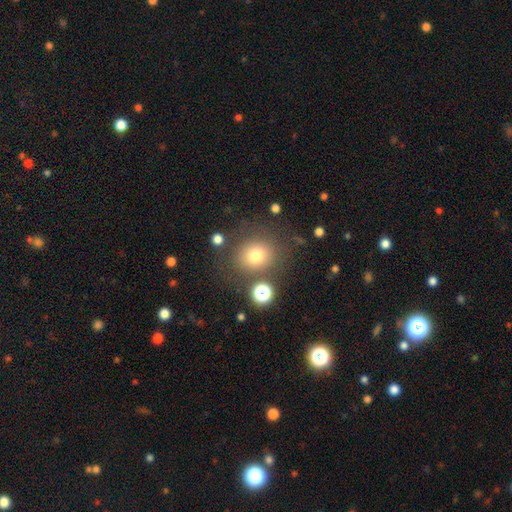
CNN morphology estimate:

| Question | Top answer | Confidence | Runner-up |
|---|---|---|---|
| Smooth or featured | smooth | 74% | star or artifact (15%) |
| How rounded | round | 78% | in between (21%) |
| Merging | none | 77% | minor disturbance (12%) |